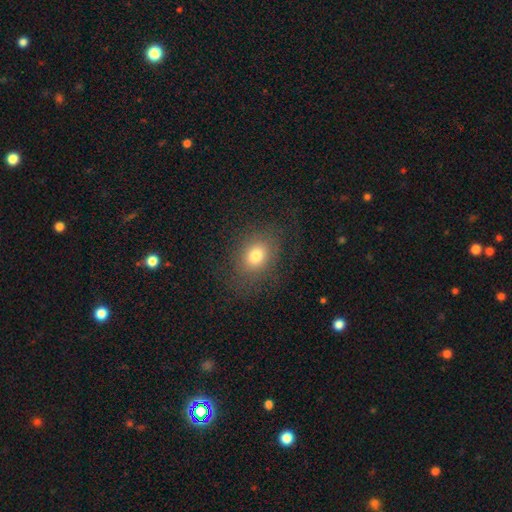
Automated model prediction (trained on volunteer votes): Overall: smooth (75%). How rounded: in between (54%; round 44%). Merging: none (79%).